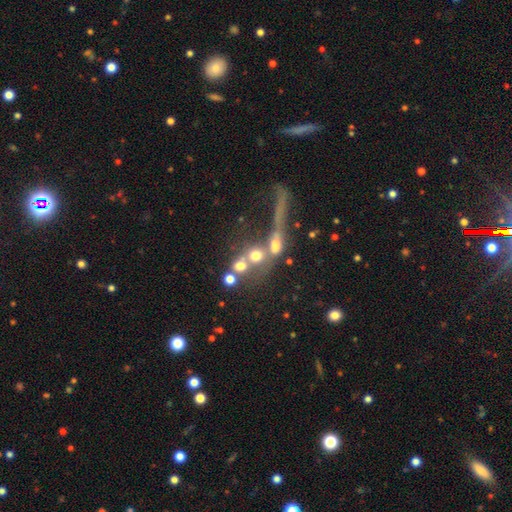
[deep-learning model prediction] Smooth or featured? smooth (54%)
How rounded? round (69%)
Merging? merger (52%)